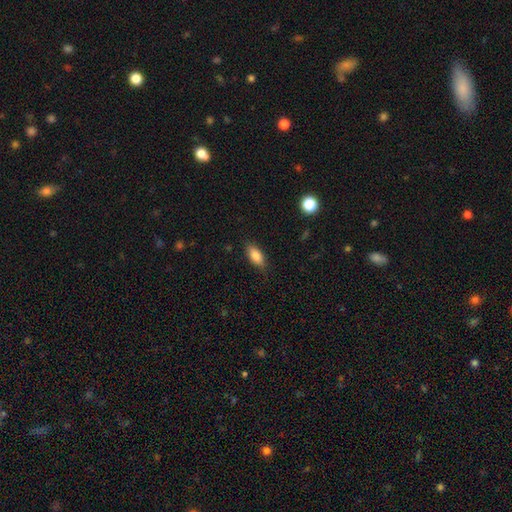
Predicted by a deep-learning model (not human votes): The model was most divided on "merging": none: 82%, minor disturbance: 14%, major disturbance: 3%, merger: 1%. More confident: how rounded — in between (85%); smooth or featured — smooth (84%).